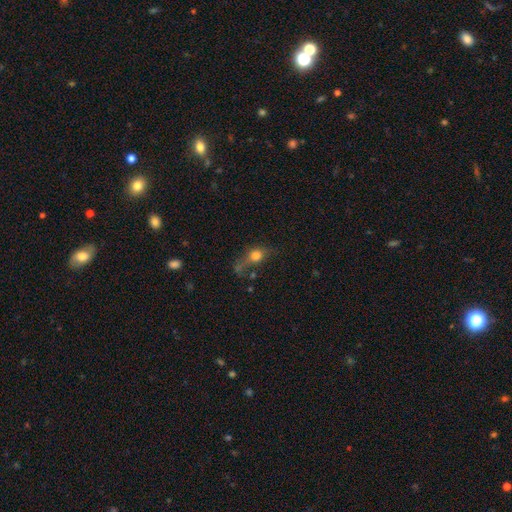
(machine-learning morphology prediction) A smooth galaxy with no disk features (66%) that is round (55%).

Vote fractions:
- Smooth or featured? smooth: 66% / featured or disk: 20% / star or artifact: 15%
- How rounded? round: 55% / in between: 38% / cigar-shaped: 7%
- Merging? none: 42% / major disturbance: 23% / minor disturbance: 22% / merger: 13%